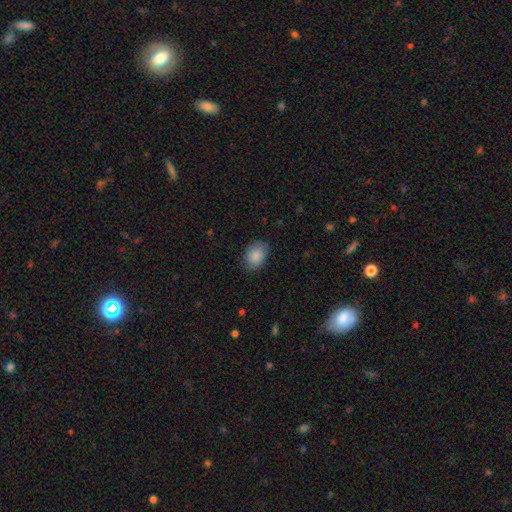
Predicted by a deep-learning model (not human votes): Overall: smooth (88%). How rounded: in between (62%; round 37%). Merging: none (82%).